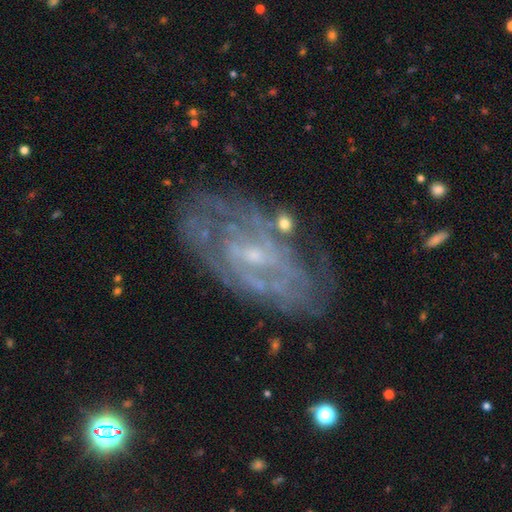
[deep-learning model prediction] This is clearly a featured or disk galaxy (81%). It is clearly not viewed edge-on (94%). Bar: possibly weak (47%). Spiral arm pattern: clearly yes (83%). Spiral arm count: possibly can't tell (47%). Spiral winding: possibly tight (60%). Central bulge: likely small (75%). Merging: likely none (72%).